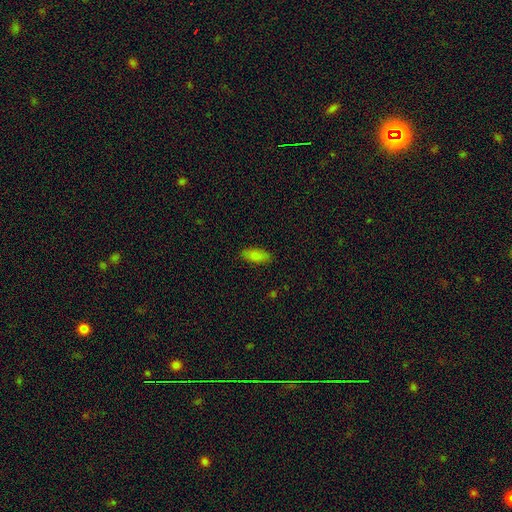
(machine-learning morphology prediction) smooth-or-featured: smooth: 86% | star or artifact: 8% | featured or disk: 6%
  how-rounded: in between: 83% | cigar-shaped: 15% | round: 2%
  merging: none: 87% | minor disturbance: 10% | major disturbance: 2% | merger: 1%